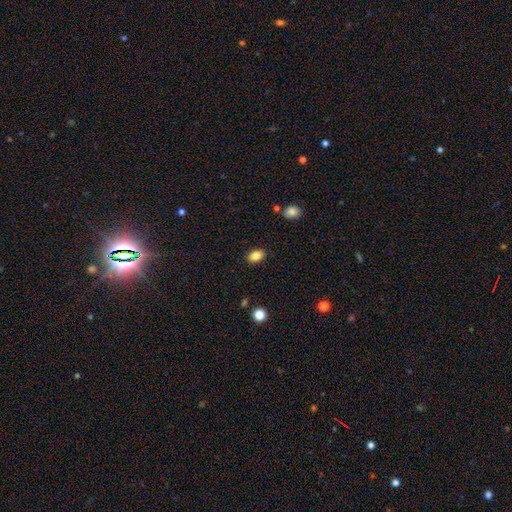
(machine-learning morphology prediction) This appears to be a smooth galaxy with no disk features (85%) that is in between round and cigar-shaped (82%). Merging: none (88%).